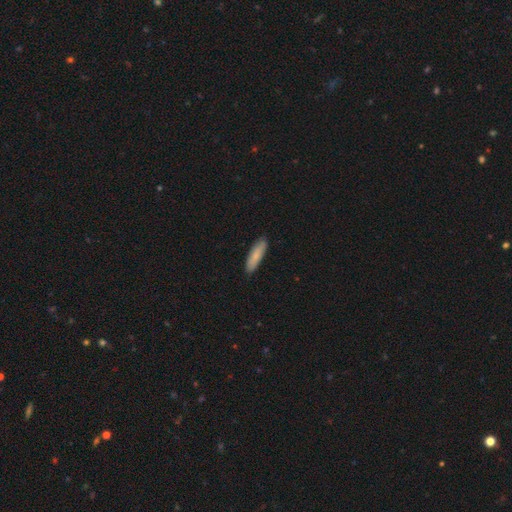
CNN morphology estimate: smooth 80%, featured or disk 15%, star or artifact 5%. Down the decision tree: how rounded — cigar-shaped (58%); merging — none (88%).